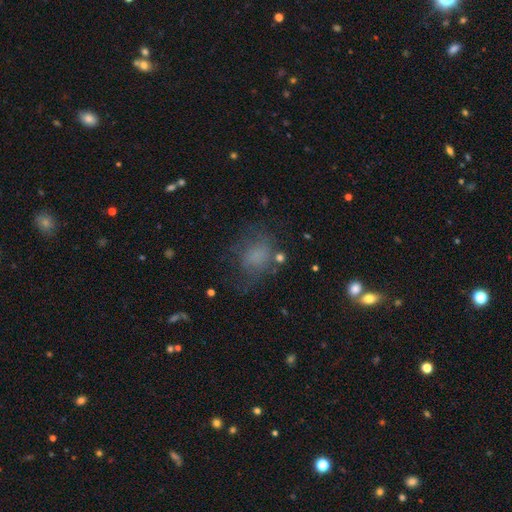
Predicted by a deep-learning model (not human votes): Smooth or featured?
  - smooth: 61% *
  - featured or disk: 23%
  - star or artifact: 16%
How rounded?
  - in between: 51% *
  - round: 48%
  - cigar-shaped: 1%
Merging?
  - none: 49% *
  - major disturbance: 24%
  - minor disturbance: 24%
  - merger: 3%